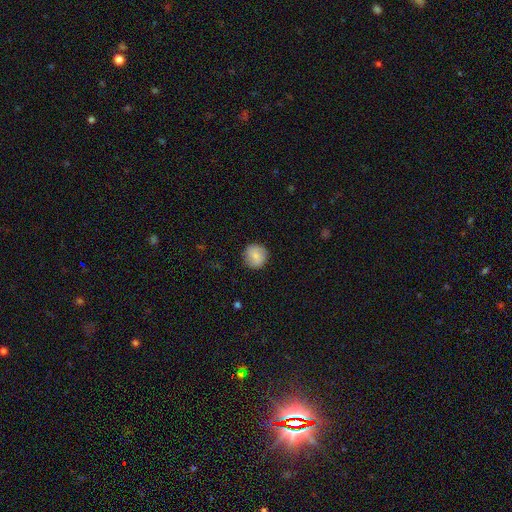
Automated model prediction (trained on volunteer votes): Morphology: type=smooth (82%); roundness=round (93%); merging=none (88%).